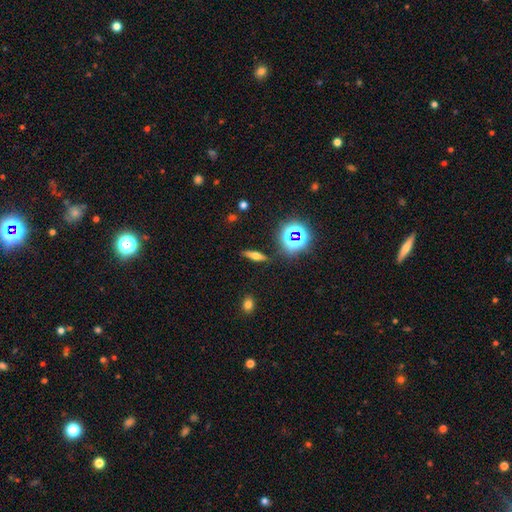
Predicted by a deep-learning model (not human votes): Smooth or featured? featured or disk (41%)
Merging? none (87%)